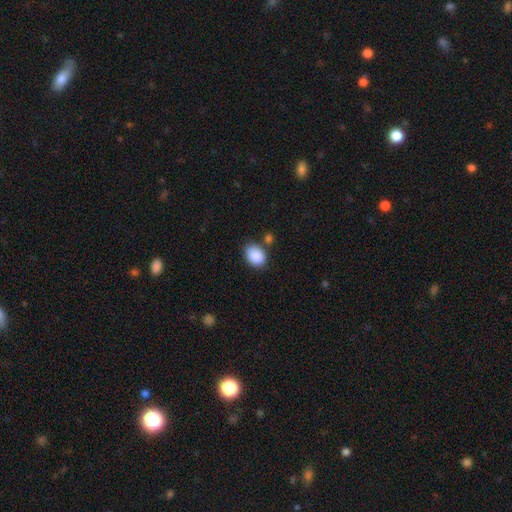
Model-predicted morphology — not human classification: type=smooth (89%); roundness=in between (66%); merging=none (73%).